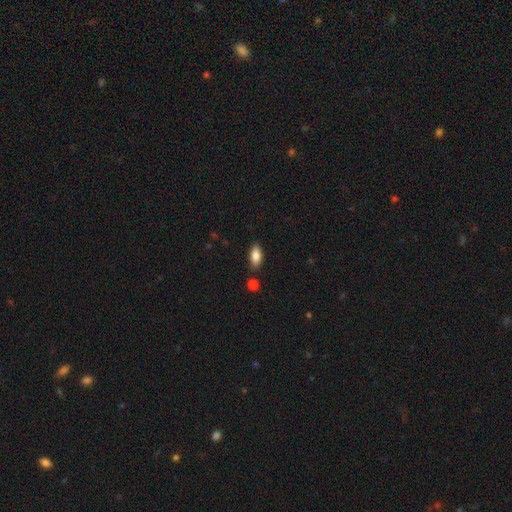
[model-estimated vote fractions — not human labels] Smooth or featured? smooth (83%)
How rounded? in between (87%)
Merging? none (84%)